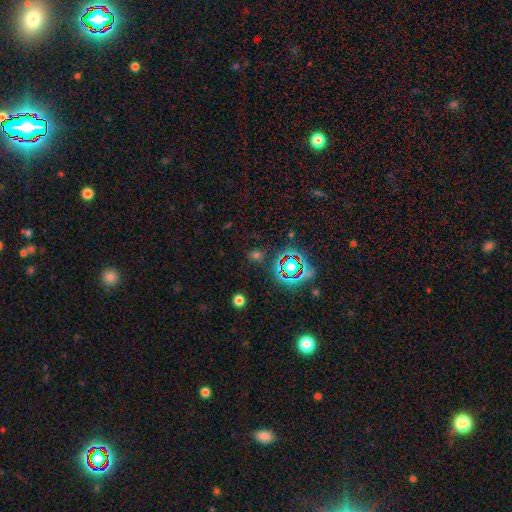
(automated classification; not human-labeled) smooth-or-featured: star or artifact: 54% | smooth: 37% | featured or disk: 9%